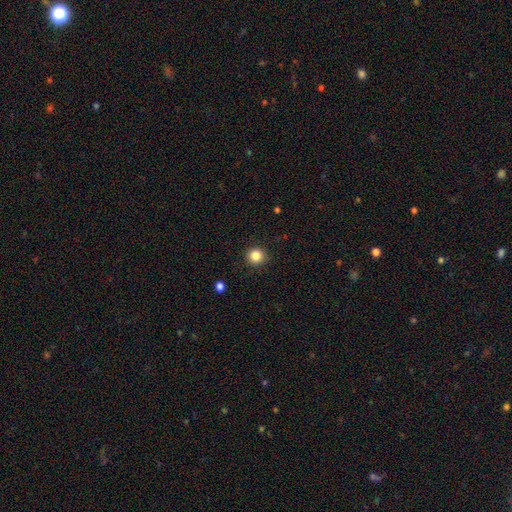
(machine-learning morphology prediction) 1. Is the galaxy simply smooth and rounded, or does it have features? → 84% smooth, 11% star or artifact, 5% featured or disk.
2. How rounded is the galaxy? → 92% round, 7% in between, 1% cigar-shaped.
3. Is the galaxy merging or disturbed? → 91% none, 6% minor disturbance, 2% major disturbance, 1% merger.